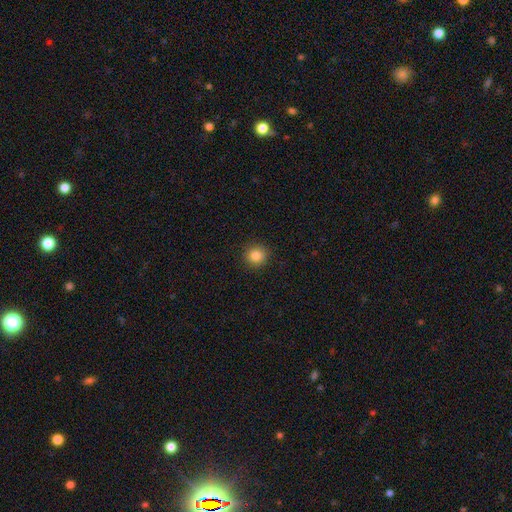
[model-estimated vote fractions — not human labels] A smooth galaxy with no disk features (84%) that is round (92%). Merging: none (92%).